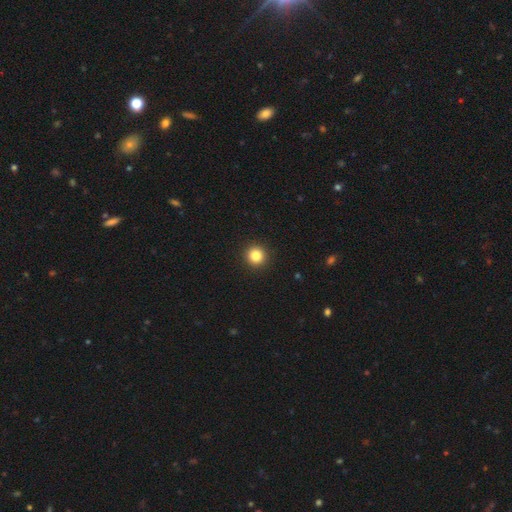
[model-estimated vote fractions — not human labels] This appears to be a smooth galaxy with no disk features (84%) that is round (95%). Merging: none (93%).